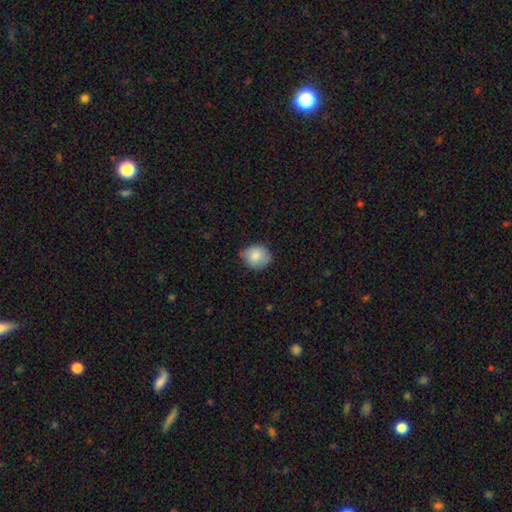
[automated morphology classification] Smooth or featured? Predicted: smooth (p=0.83). How rounded? Predicted: round (p=0.74). Merging? Predicted: none (p=0.69).